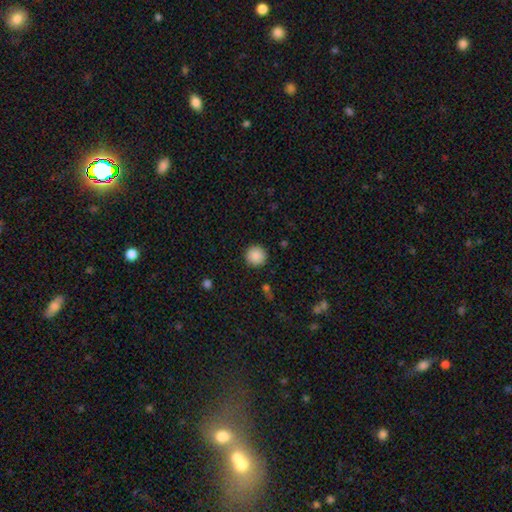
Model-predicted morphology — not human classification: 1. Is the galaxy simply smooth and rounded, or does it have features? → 88% smooth, 9% star or artifact, 3% featured or disk.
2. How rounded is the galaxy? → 95% round, 4% in between, 1% cigar-shaped.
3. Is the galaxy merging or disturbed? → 91% none, 6% minor disturbance, 2% major disturbance, 1% merger.